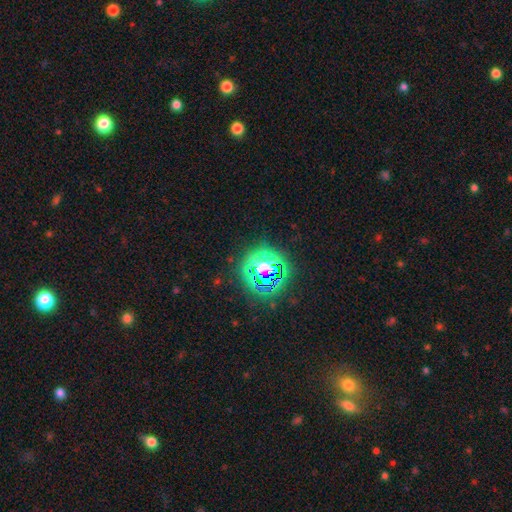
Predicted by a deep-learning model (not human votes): This appears to be a star or artifact, not a galaxy (81%).